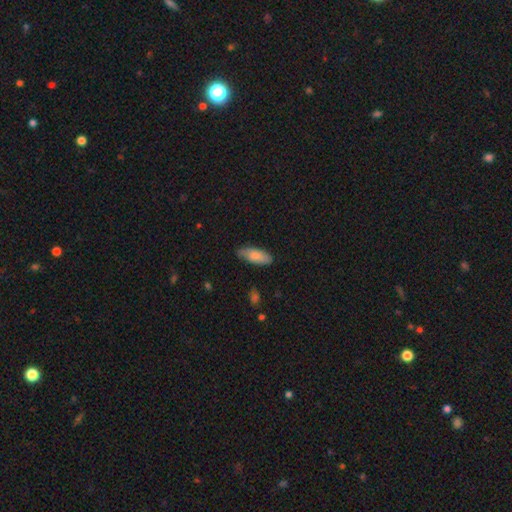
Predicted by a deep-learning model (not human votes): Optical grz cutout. It shows a smooth galaxy with no disk features (81%) that is in between round and cigar-shaped (75%). Merging: none (76%).